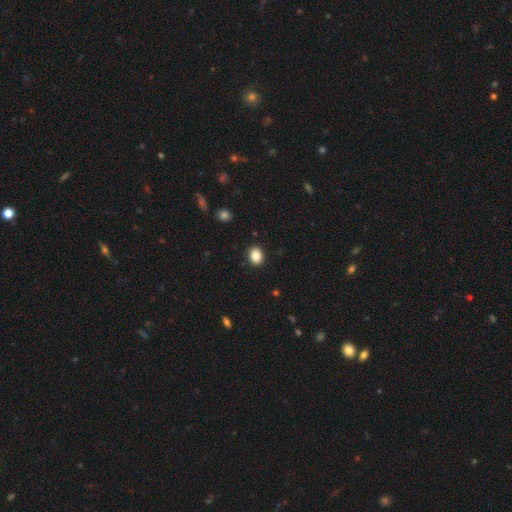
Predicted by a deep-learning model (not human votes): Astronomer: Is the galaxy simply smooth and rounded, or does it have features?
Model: smooth — 87%.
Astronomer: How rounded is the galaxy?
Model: round — 50% (runner-up: in between, 49%).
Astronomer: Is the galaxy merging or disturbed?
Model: none — 90%.